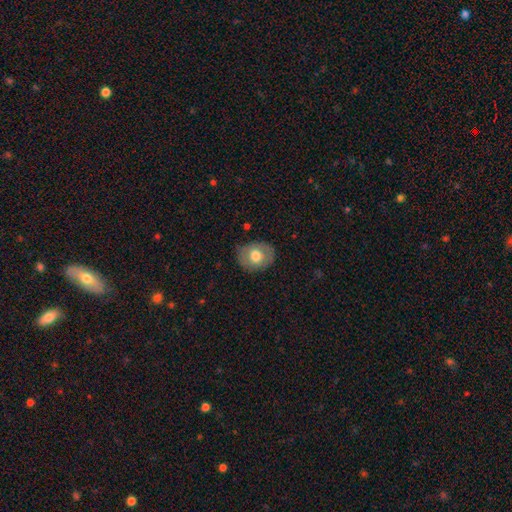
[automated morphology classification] Smooth or featured? smooth (68%)
How rounded? round (54%)
Merging? none (83%)